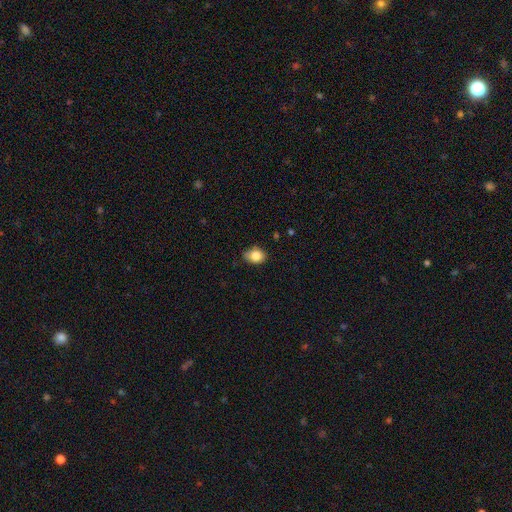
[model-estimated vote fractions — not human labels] This is clearly a smooth galaxy (84%). How rounded: possibly in between (57%). Merging: likely none (70%).